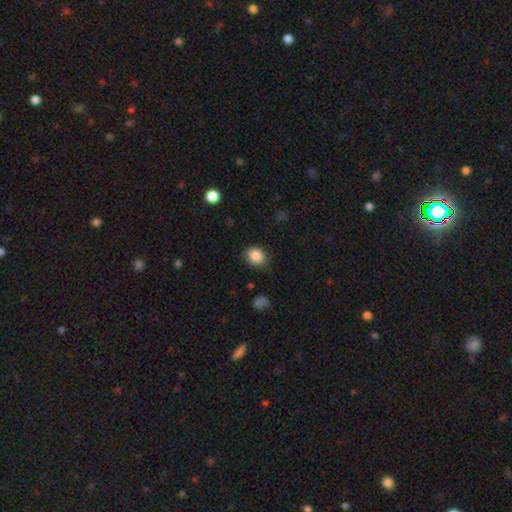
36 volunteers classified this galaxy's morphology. smooth_or_featured: smooth (p=0.92) [alt: star or artifact p=0.06]
how_rounded: round (p=0.58) [alt: in between p=0.42]
merging: none (p=0.71) [alt: minor disturbance p=0.26]